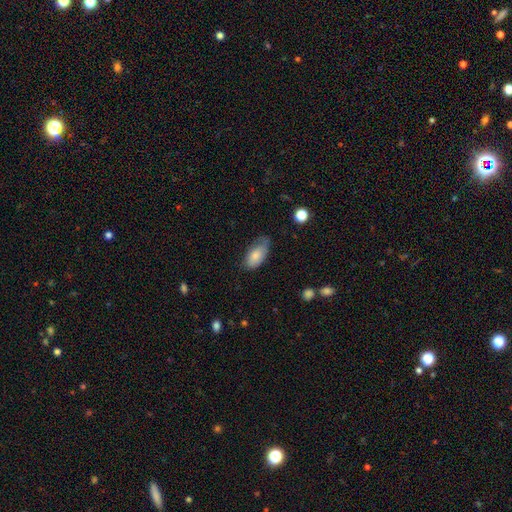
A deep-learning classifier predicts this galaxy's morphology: smooth-or-featured: smooth: 78% | featured or disk: 15% | star or artifact: 7%
  how-rounded: in between: 93% | cigar-shaped: 5% | round: 3%
  merging: none: 51% | minor disturbance: 36% | major disturbance: 12% | merger: 2%